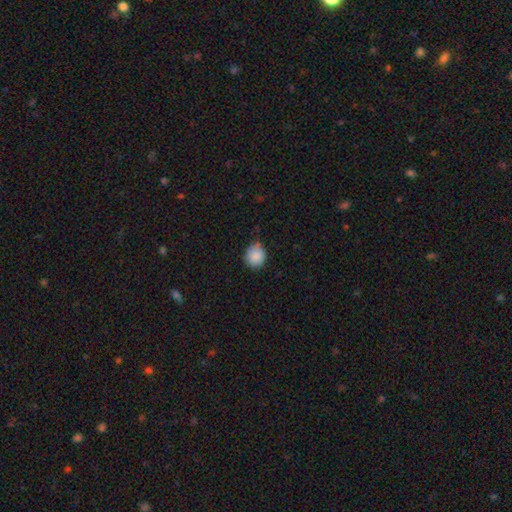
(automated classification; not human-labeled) Smooth or featured?
  - smooth: 88% *
  - star or artifact: 8%
  - featured or disk: 3%
How rounded?
  - round: 83% *
  - in between: 16%
  - cigar-shaped: 1%
Merging?
  - none: 71% *
  - minor disturbance: 24%
  - major disturbance: 3%
  - merger: 2%